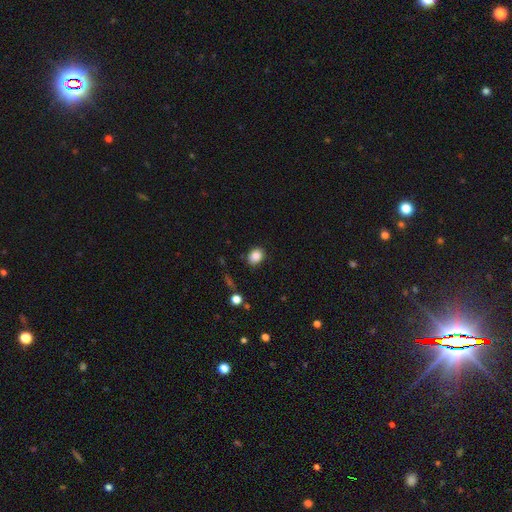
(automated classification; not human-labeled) Smooth or featured? smooth (86%)
How rounded? in between (51%)
Merging? none (85%)